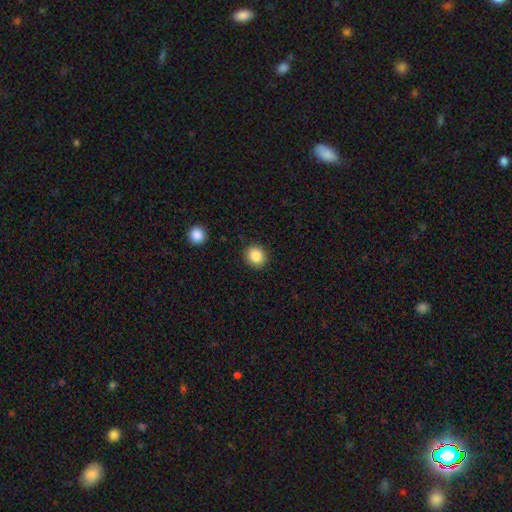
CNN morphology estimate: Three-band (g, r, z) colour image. It shows a smooth galaxy with no disk features (86%) that is round (87%). Merging: none (90%).